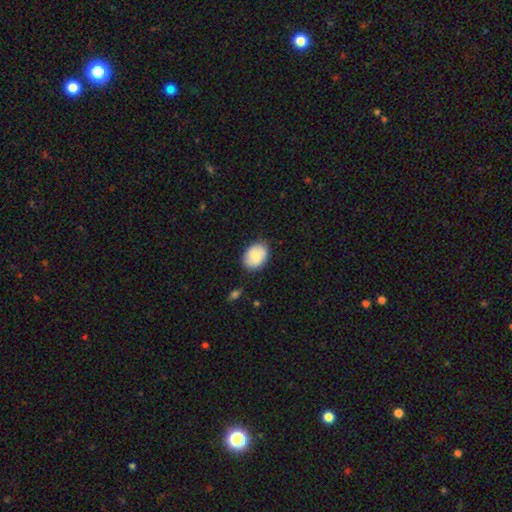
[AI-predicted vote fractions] Q: Smooth or featured?
A: smooth (77%); runner-up: featured or disk (16%)
Q: How rounded?
A: in between (63%); runner-up: round (36%)
Q: Merging?
A: none (81%); runner-up: minor disturbance (15%)